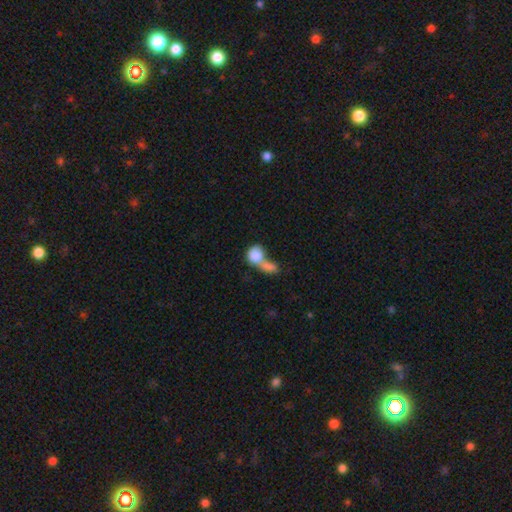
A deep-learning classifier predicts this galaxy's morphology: Q: Smooth or featured?
A: smooth (80%); runner-up: featured or disk (13%)
Q: How rounded?
A: round (56%); runner-up: in between (41%)
Q: Merging?
A: merger (70%); runner-up: none (16%)